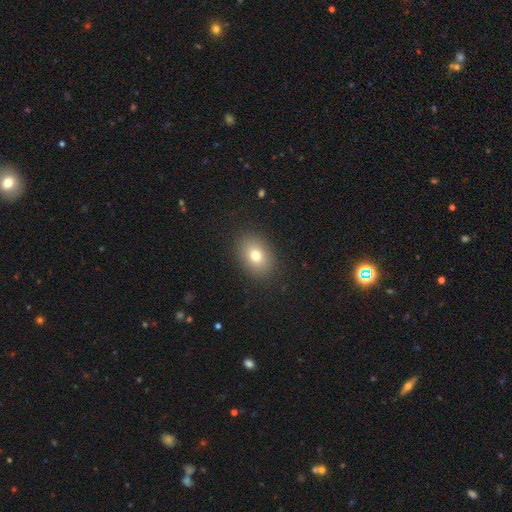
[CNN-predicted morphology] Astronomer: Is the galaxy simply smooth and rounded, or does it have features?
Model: smooth — 77%.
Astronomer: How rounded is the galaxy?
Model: in between — 70%.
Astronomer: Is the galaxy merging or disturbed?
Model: none — 88%.